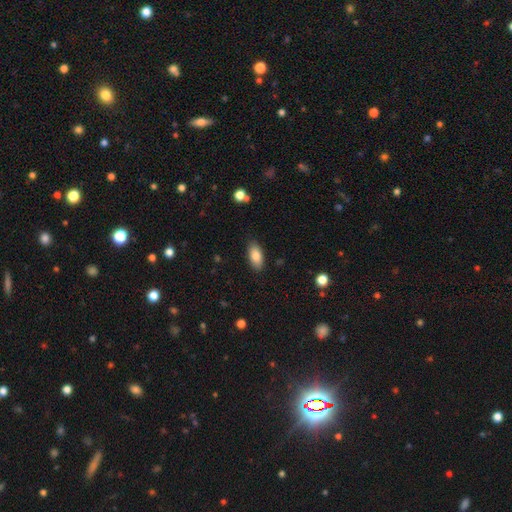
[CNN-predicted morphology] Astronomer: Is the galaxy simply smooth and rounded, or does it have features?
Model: smooth — 84%.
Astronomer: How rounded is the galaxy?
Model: in between — 89%.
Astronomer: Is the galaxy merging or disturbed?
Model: none — 86%.